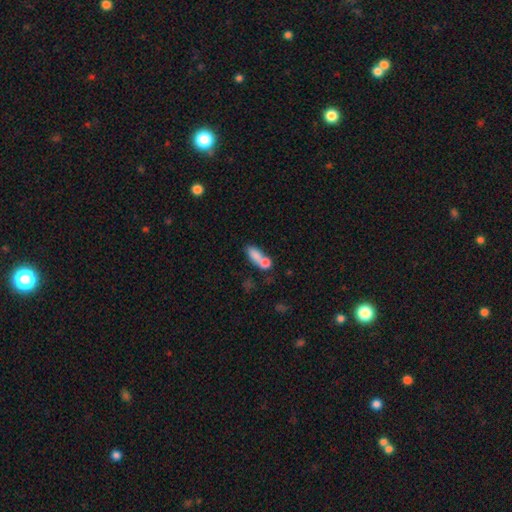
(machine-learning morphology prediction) Smooth or featured: smooth — 76% (featured or disk — 15%)
How rounded: in between — 70% (cigar-shaped — 18%)
Merging: merger — 53% (none — 29%)